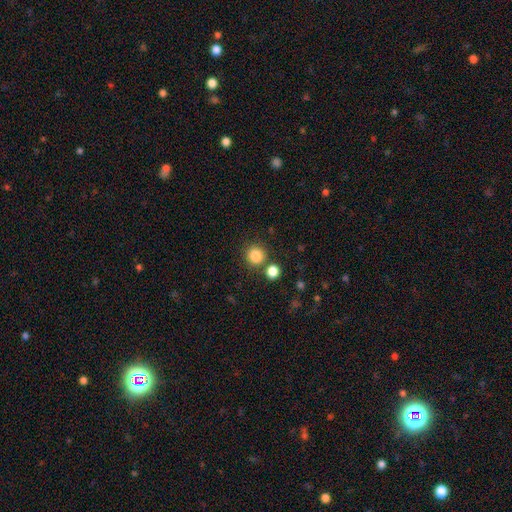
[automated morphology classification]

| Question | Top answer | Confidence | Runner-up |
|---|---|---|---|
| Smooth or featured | smooth | 86% | star or artifact (11%) |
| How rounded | round | 92% | in between (7%) |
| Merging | none | 79% | merger (10%) |